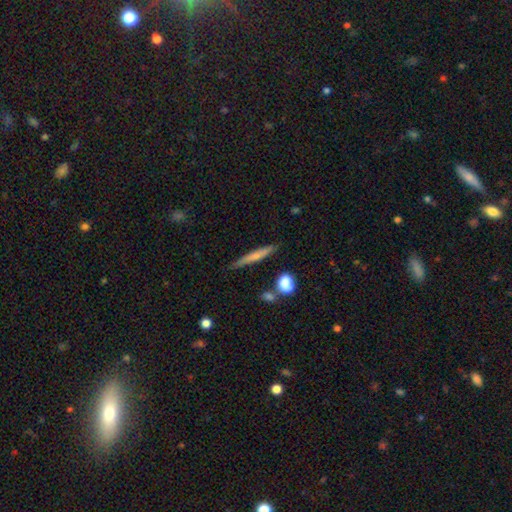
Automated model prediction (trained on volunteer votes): Morphology: type=smooth (59%); roundness=cigar-shaped (91%); merging=none (77%).